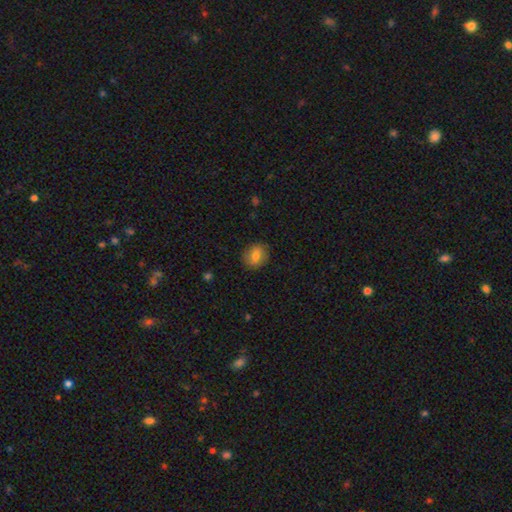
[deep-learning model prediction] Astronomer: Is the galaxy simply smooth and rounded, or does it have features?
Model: smooth — 75%.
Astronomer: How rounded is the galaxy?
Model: round — 63%.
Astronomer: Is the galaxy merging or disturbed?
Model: none — 86%.